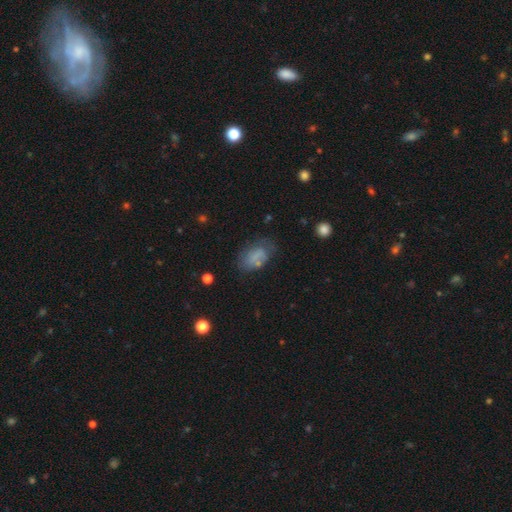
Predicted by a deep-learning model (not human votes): Q: Smooth or featured?
A: smooth (65%); runner-up: featured or disk (23%)
Q: How rounded?
A: in between (90%); runner-up: round (8%)
Q: Merging?
A: none (52%); runner-up: minor disturbance (27%)